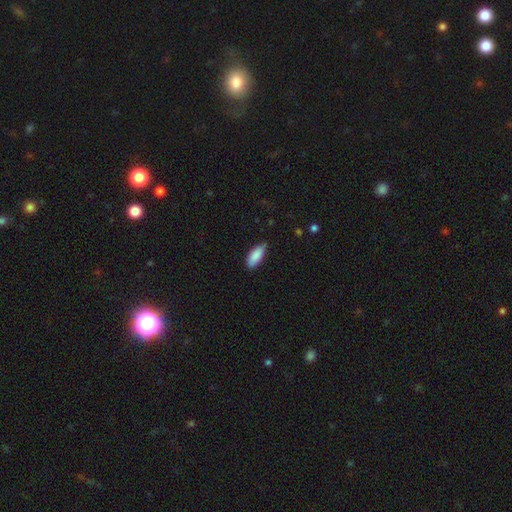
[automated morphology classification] Smooth or featured? smooth (88%)
How rounded? in between (83%)
Merging? none (69%)